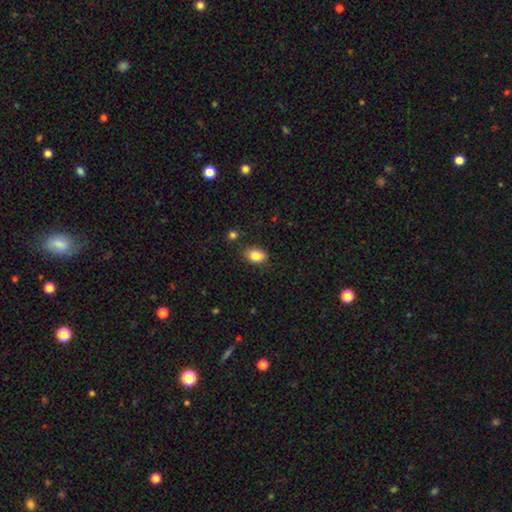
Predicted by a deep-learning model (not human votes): Overall: smooth (84%). How rounded: in between (74%). Merging: none (81%).